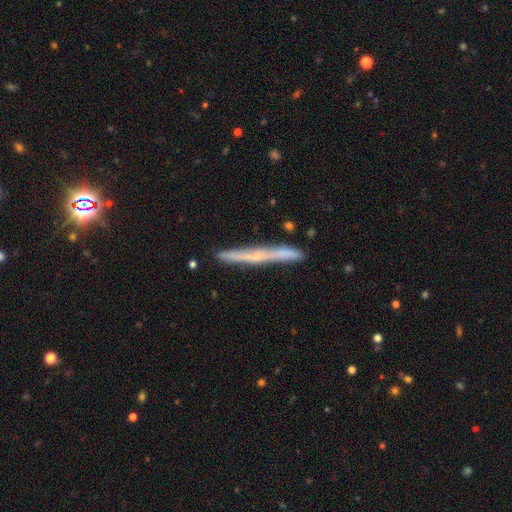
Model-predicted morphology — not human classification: This is possibly a featured or disk galaxy (56%). It is clearly viewed edge-on (95%). Edge-on bulge: likely none (67%). Merging: clearly none (87%).